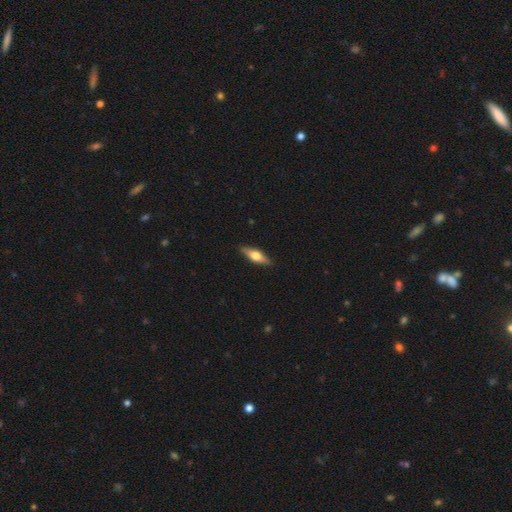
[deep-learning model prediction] The model was most divided on "how rounded": cigar-shaped: 50%, in between: 47%, round: 3%. More confident: merging — none (89%); smooth or featured — smooth (51%).